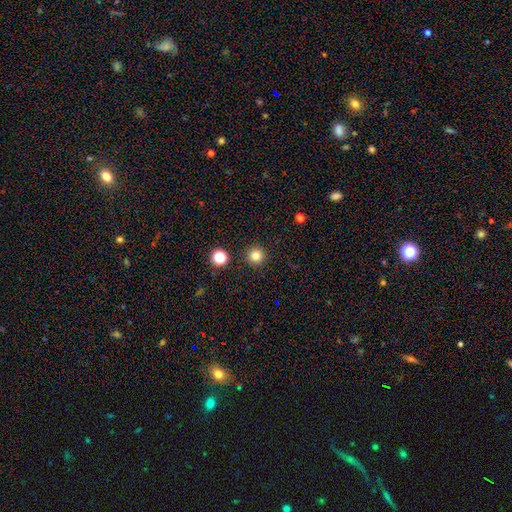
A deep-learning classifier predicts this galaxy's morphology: This appears to be a smooth galaxy with no disk features (81%) that is round (96%). Merging: none (92%).